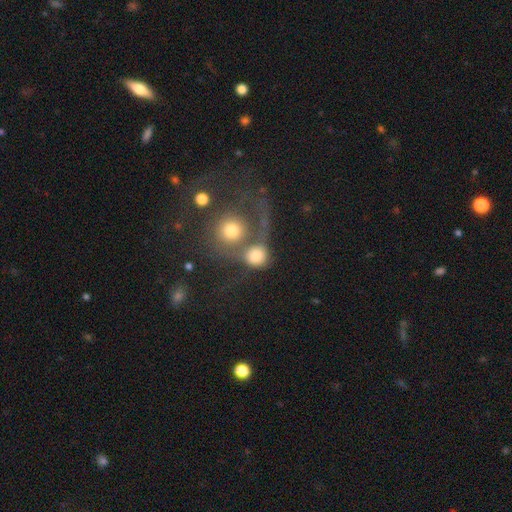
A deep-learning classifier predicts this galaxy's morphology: The model was most divided on "merging": merger: 50%, none: 24%, major disturbance: 16%, minor disturbance: 9%. More confident: how rounded — round (85%); smooth or featured — smooth (74%).